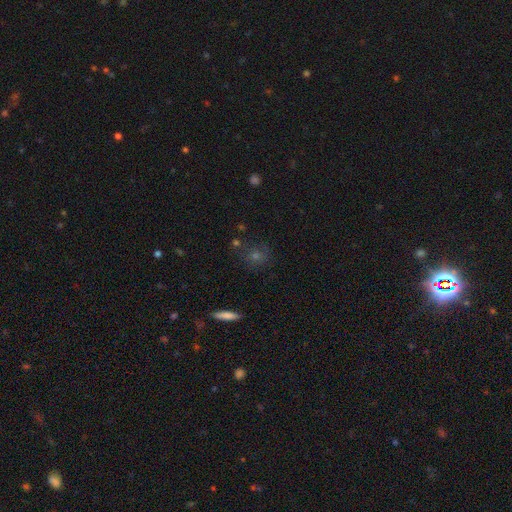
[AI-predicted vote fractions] Overall: smooth (49%; star or artifact 32%). Merging: none (79%).